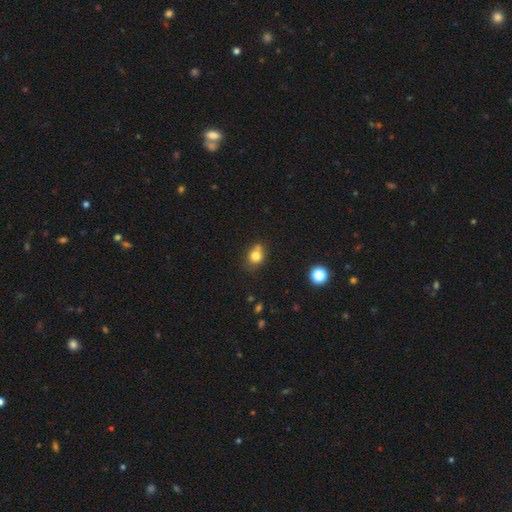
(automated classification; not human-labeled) Smooth or featured? smooth (78%)
How rounded? round (61%)
Merging? none (54%)